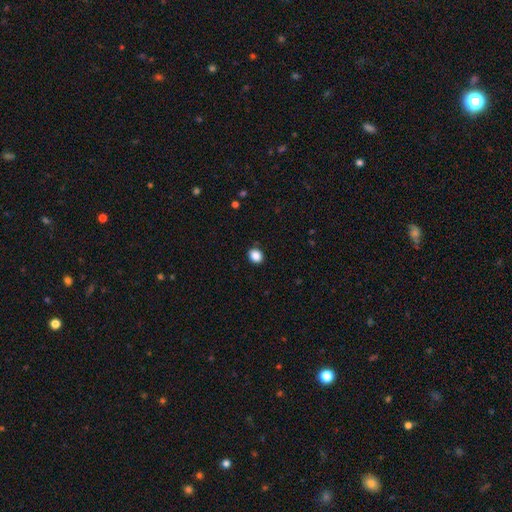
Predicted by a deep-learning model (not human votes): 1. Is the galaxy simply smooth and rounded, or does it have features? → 88% smooth, 9% star or artifact, 3% featured or disk.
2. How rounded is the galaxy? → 59% round, 40% in between, 1% cigar-shaped.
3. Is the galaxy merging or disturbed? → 89% none, 8% minor disturbance, 2% major disturbance, 1% merger.